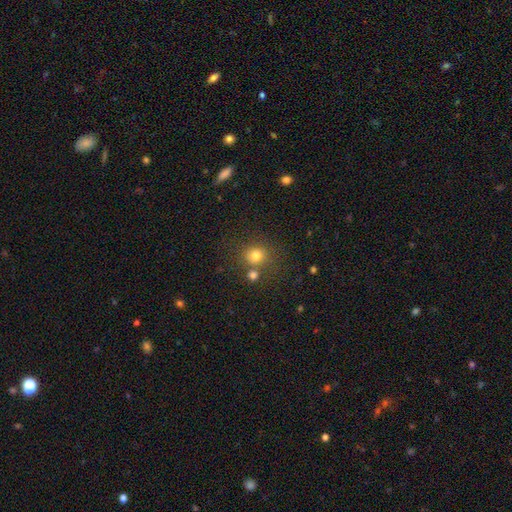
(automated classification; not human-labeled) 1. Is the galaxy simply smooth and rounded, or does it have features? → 78% smooth, 15% star or artifact, 8% featured or disk.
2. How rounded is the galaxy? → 83% round, 16% in between, 1% cigar-shaped.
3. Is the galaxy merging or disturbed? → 68% none, 18% merger, 10% minor disturbance, 4% major disturbance.